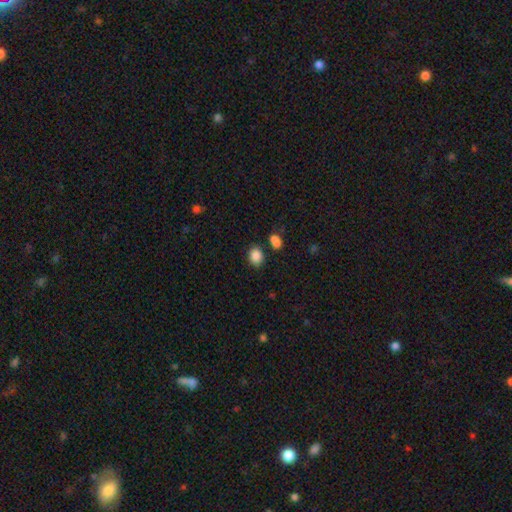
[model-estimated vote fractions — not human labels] The model was most divided on "how rounded": in between: 56%, round: 43%, cigar-shaped: 1%. More confident: smooth or featured — smooth (87%); merging — none (77%).